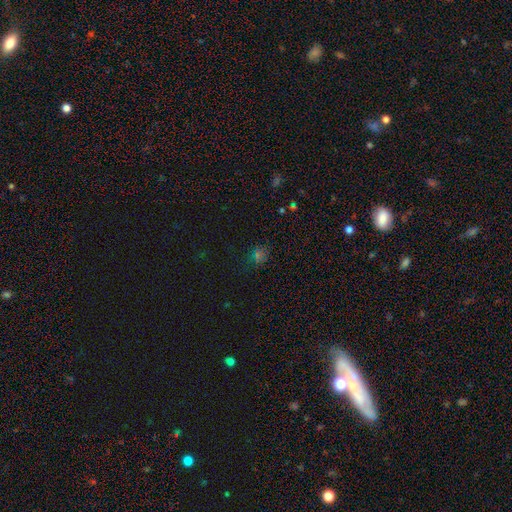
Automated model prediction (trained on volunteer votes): smooth_or_featured: smooth (p=0.51) [alt: star or artifact p=0.39]
how_rounded: round (p=0.74) [alt: in between p=0.25]
merging: none (p=0.80) [alt: minor disturbance p=0.13]